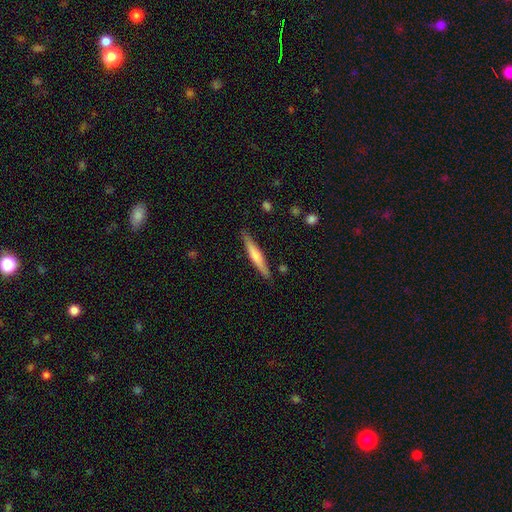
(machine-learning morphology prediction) Smooth or featured? Predicted: smooth (p=0.55). How rounded? Predicted: cigar-shaped (p=0.93). Merging? Predicted: none (p=0.87).